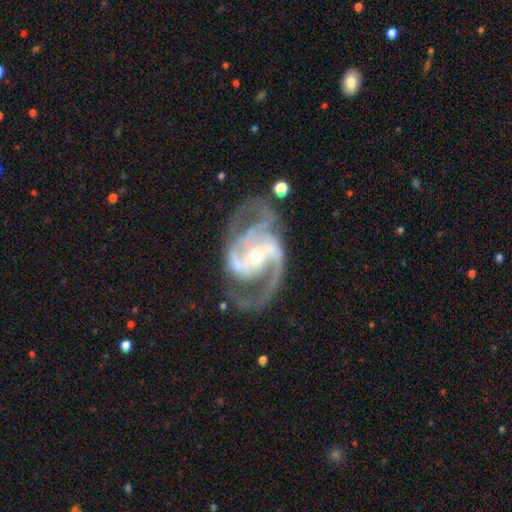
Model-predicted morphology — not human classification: smooth-or-featured: featured or disk: 92% | star or artifact: 5% | smooth: 3%
  disk-edge-on: no: 98% | yes: 2%
    bar: weak: 37% | strong: 33% | no: 30%
    has-spiral-arms: yes: 97% | no: 3%
      spiral-winding: medium: 58% | tight: 23% | loose: 19%
      spiral-arm-count: 2: 64% | 3: 18% | can't tell: 7% | 4: 4% | 1: 4% | more than 4: 3%
    bulge-size: small: 48% (tied) | moderate: 48% (tied) | large: 3% | none: 1% | dominant: 1%
  merging: none: 58% | major disturbance: 19% | minor disturbance: 19% | merger: 3%